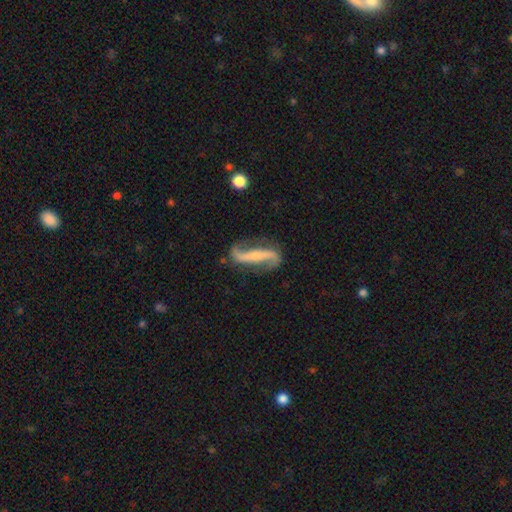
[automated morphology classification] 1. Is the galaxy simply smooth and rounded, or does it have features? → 87% featured or disk, 8% smooth, 5% star or artifact.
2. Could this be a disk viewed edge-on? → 90% no, 10% yes.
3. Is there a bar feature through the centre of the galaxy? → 53% strong, 24% no, 23% weak.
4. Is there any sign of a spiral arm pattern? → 96% yes, 4% no.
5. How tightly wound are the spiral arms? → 73% loose, 20% medium, 7% tight.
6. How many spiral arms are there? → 93% 2, 2% 1, 2% can't tell, 1% 3, 1% 4, 1% more than 4.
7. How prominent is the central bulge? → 46% small, 24% moderate, 23% none, 5% large, 2% dominant.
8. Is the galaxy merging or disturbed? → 76% none, 14% minor disturbance, 7% major disturbance, 2% merger.